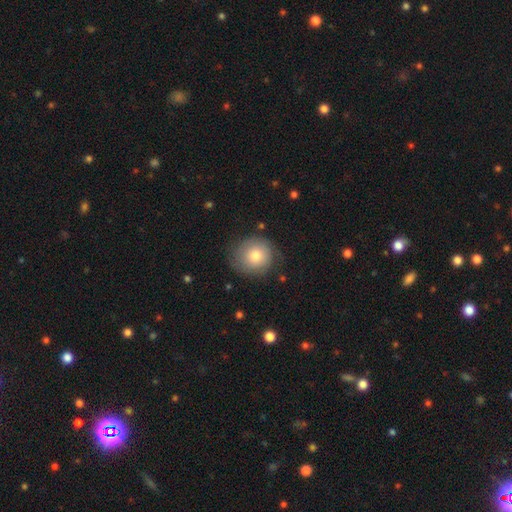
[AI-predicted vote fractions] A smooth galaxy with no disk features (75%) that is round (88%).

Vote fractions:
- Smooth or featured? smooth: 75% / featured or disk: 17% / star or artifact: 8%
- How rounded? round: 88% / in between: 11% / cigar-shaped: 1%
- Merging? none: 75% / minor disturbance: 18% / major disturbance: 6% / merger: 2%